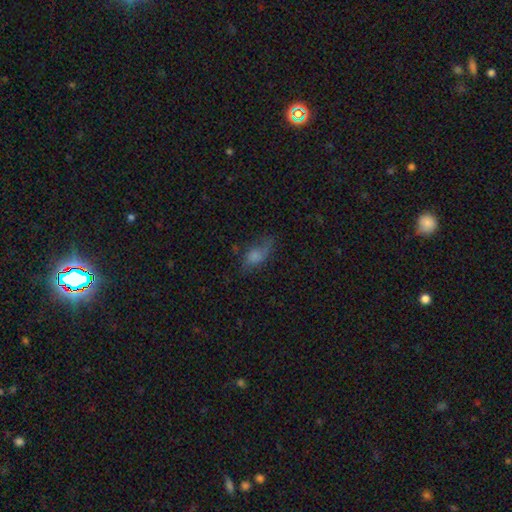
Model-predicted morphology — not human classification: Smooth or featured? Predicted: smooth (p=0.64). How rounded? Predicted: in between (p=0.82). Merging? Predicted: none (p=0.43).